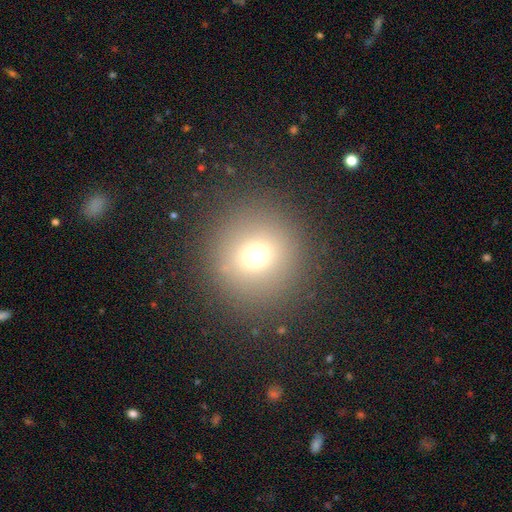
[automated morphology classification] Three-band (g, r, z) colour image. It shows a smooth galaxy with no disk features (68%) that is round (94%). Merging: none (89%).